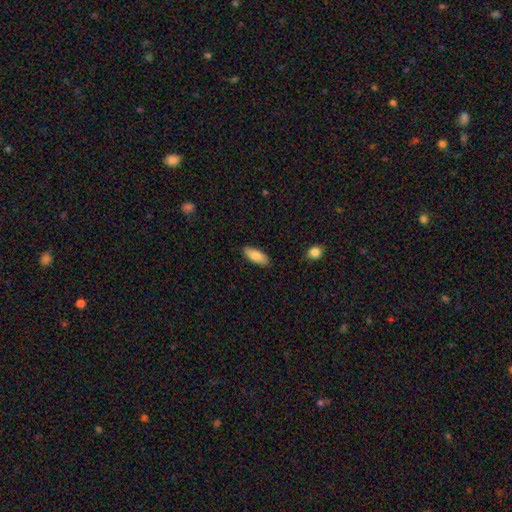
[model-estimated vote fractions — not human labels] Smooth or featured?
  - smooth: 83% *
  - featured or disk: 11%
  - star or artifact: 6%
How rounded?
  - in between: 81% *
  - cigar-shaped: 17%
  - round: 2%
Merging?
  - none: 86% *
  - minor disturbance: 11%
  - major disturbance: 2%
  - merger: 1%